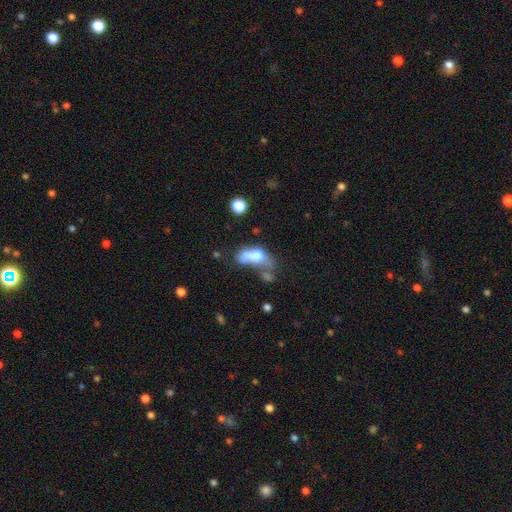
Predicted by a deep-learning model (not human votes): Smooth or featured: smooth — 57% (featured or disk — 31%)
How rounded: in between — 76% (round — 17%)
Merging: merger — 39% (major disturbance — 29%)